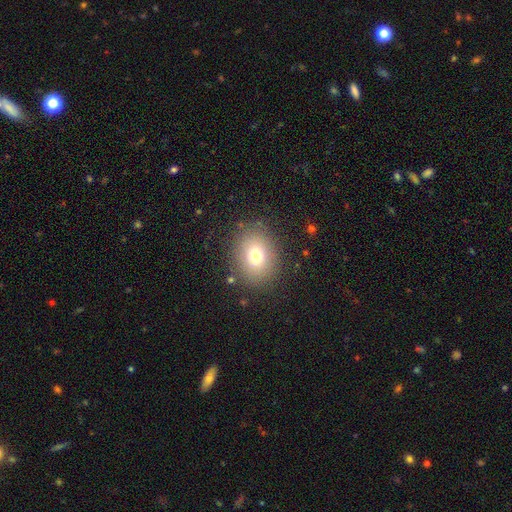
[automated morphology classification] The model was most divided on "how rounded": round: 57%, in between: 42%, cigar-shaped: 1%. More confident: merging — none (84%); smooth or featured — smooth (74%).